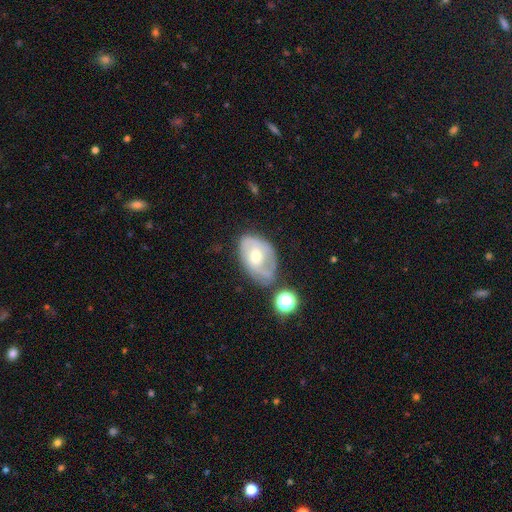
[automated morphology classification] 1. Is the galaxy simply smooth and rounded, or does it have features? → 61% featured or disk, 31% smooth, 8% star or artifact.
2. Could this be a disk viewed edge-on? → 95% no, 5% yes.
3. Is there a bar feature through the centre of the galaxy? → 61% no, 32% weak, 7% strong.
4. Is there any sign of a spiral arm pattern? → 70% yes, 30% no.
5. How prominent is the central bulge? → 59% moderate, 35% small, 3% large, 1% none, 1% dominant.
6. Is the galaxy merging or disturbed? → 47% none, 30% minor disturbance, 14% major disturbance, 9% merger.